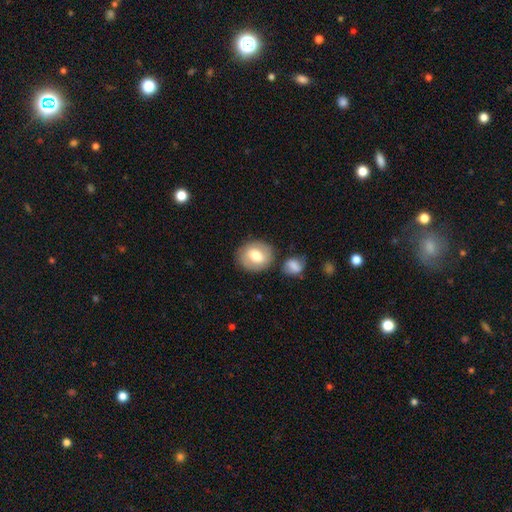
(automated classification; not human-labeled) smooth 66%, featured or disk 26%, star or artifact 7%. Down the decision tree: how rounded — round (69%); merging — none (76%).